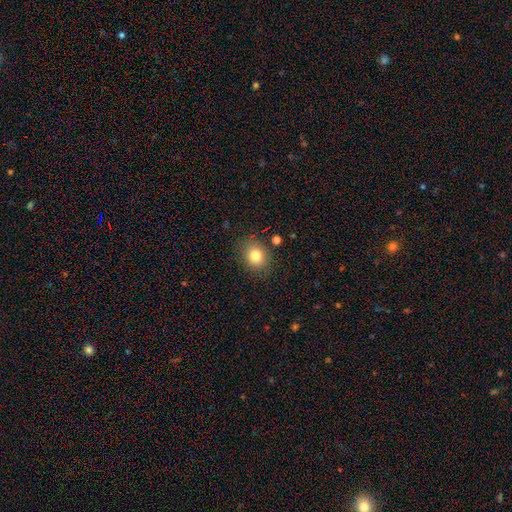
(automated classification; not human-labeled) Smooth or featured? smooth (80%)
How rounded? round (62%)
Merging? none (84%)